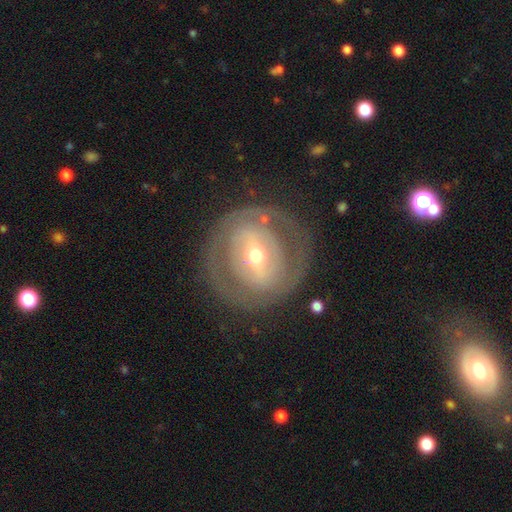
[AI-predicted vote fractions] This appears to be a featured or disk galaxy (69%) with a strong bar (36%), no spiral arms (61%) and a moderate central bulge (57%). Merging: none (79%).